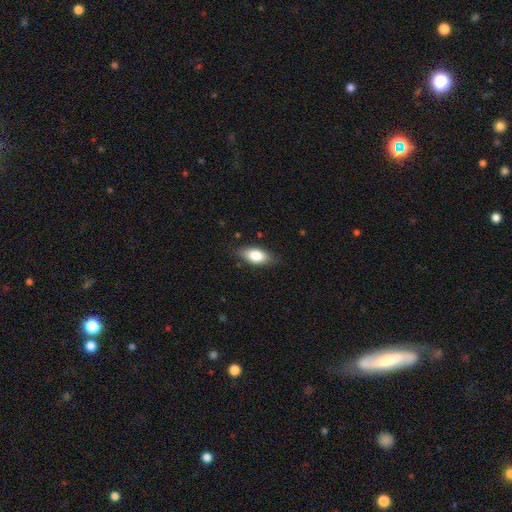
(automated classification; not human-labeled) A smooth galaxy with no disk features (79%) that is in between round and cigar-shaped (87%).

Vote fractions:
- Smooth or featured? smooth: 79% / featured or disk: 14% / star or artifact: 7%
- How rounded? in between: 87% / cigar-shaped: 9% / round: 4%
- Merging? none: 82% / minor disturbance: 14% / major disturbance: 3% / merger: 1%